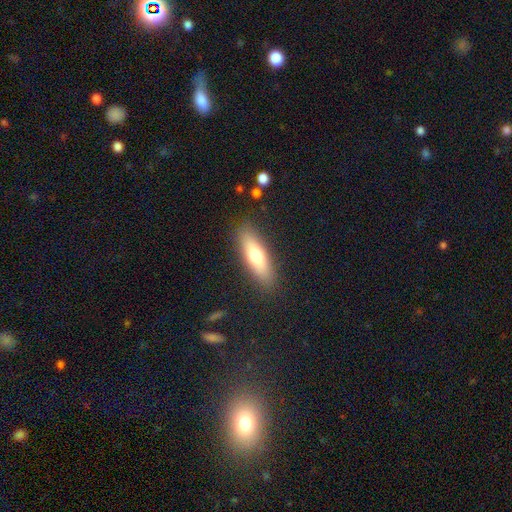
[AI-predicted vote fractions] Smooth or featured? Predicted: smooth (p=0.67). How rounded? Predicted: cigar-shaped (p=0.52). Merging? Predicted: none (p=0.87).